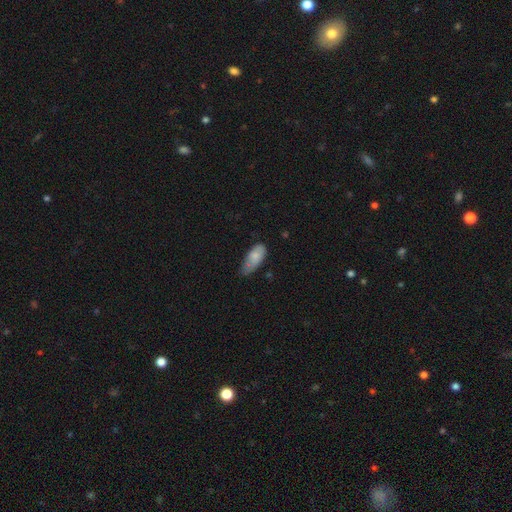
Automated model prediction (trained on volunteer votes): Smooth or featured? smooth (78%)
How rounded? in between (87%)
Merging? minor disturbance (46%)